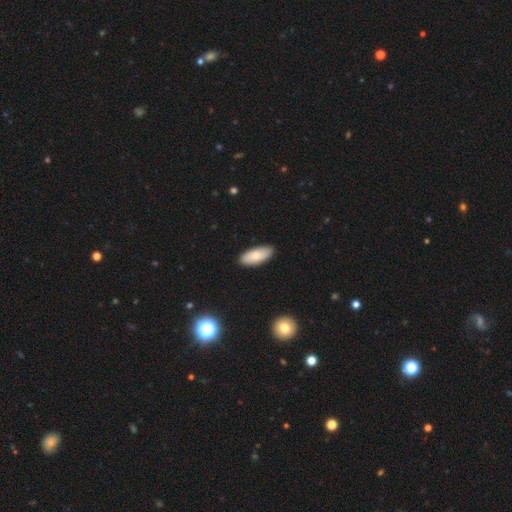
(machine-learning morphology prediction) smooth_or_featured: smooth (p=0.80) [alt: featured or disk p=0.14]
how_rounded: in between (p=0.85) [alt: cigar-shaped p=0.13]
merging: none (p=0.89) [alt: minor disturbance p=0.09]